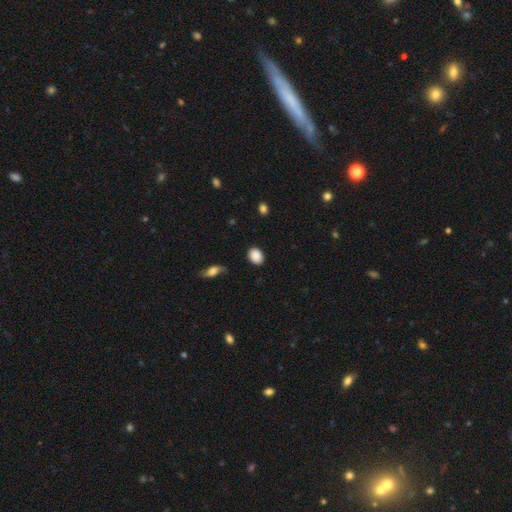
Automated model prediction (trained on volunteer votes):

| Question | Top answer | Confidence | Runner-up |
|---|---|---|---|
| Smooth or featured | smooth | 89% | star or artifact (7%) |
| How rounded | in between | 66% | round (33%) |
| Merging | none | 85% | minor disturbance (10%) |